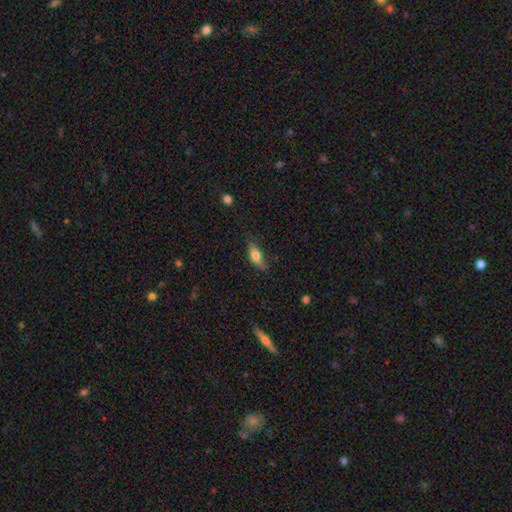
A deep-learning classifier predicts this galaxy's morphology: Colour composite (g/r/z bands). It shows a smooth galaxy with no disk features (66%) that is in between round and cigar-shaped (67%). Merging: none (73%).